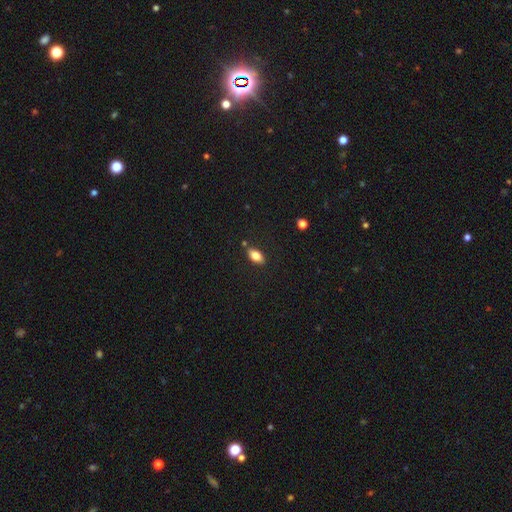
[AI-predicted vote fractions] Smooth or featured? smooth (77%)
How rounded? in between (86%)
Merging? none (82%)